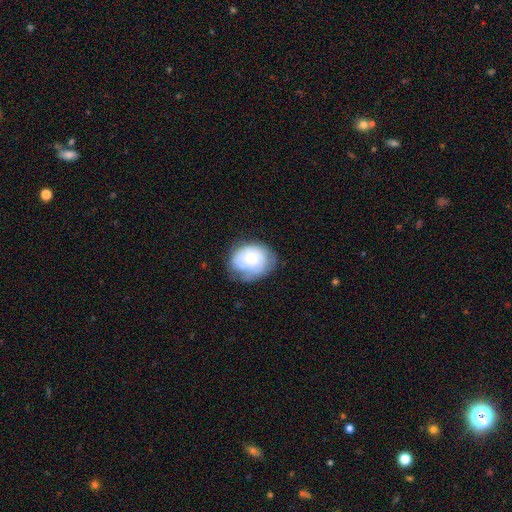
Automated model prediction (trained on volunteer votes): Q: Smooth or featured?
A: smooth (51%); runner-up: featured or disk (41%)
Q: How rounded?
A: round (55%); runner-up: in between (44%)
Q: Merging?
A: none (54%); runner-up: minor disturbance (30%)